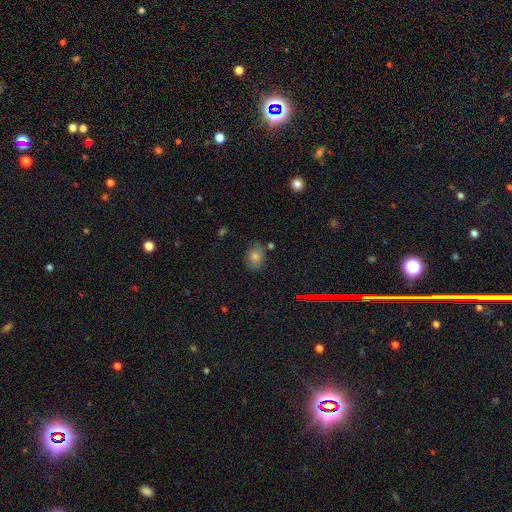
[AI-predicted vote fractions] Morphology: type=smooth (64%); roundness=in between (56%); merging=none (70%).